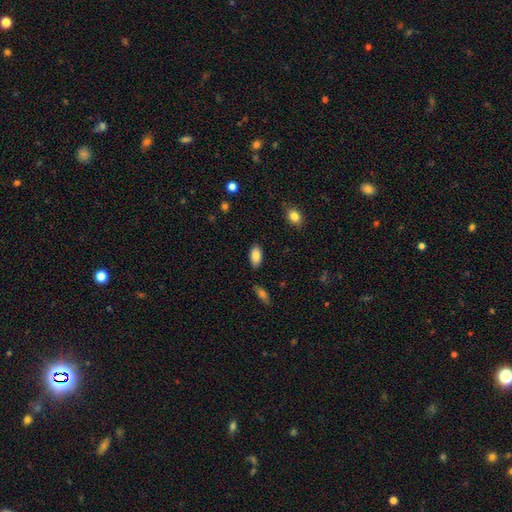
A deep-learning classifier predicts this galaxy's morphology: Smooth or featured?
  - smooth: 85% *
  - featured or disk: 7%
  - star or artifact: 7%
How rounded?
  - in between: 93% *
  - cigar-shaped: 4%
  - round: 3%
Merging?
  - none: 85% *
  - minor disturbance: 10%
  - major disturbance: 2%
  - merger: 2%